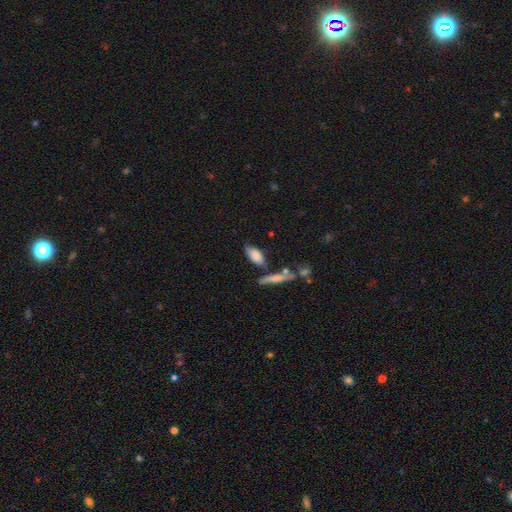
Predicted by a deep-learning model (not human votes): This appears to be a smooth galaxy with no disk features (72%) that is in between round and cigar-shaped (79%). Merging: none (55%).